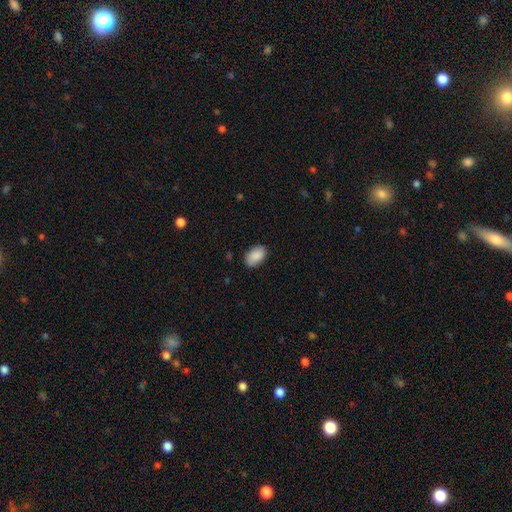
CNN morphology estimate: A smooth galaxy with no disk features (89%) that is in between round and cigar-shaped (90%).

Vote fractions:
- Smooth or featured? smooth: 89% / star or artifact: 7% / featured or disk: 4%
- How rounded? in between: 90% / round: 8% / cigar-shaped: 1%
- Merging? none: 82% / minor disturbance: 14% / major disturbance: 3% / merger: 1%